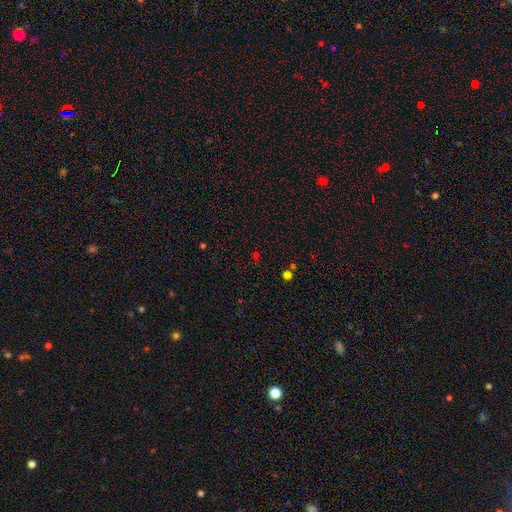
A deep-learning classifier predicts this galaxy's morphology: This is possibly a star or artifact rather than a galaxy (50%).